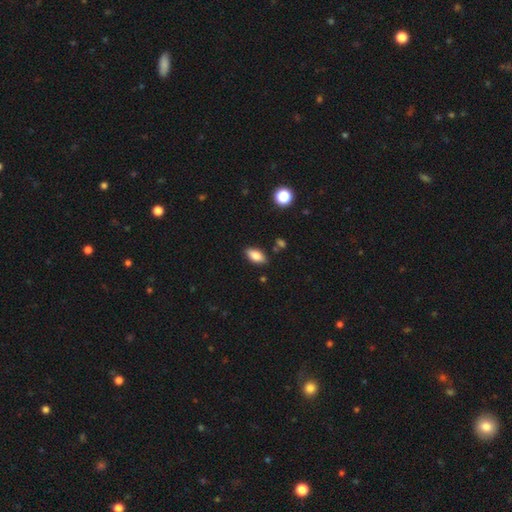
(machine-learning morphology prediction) The model was most divided on "smooth or featured": smooth: 81%, featured or disk: 11%, star or artifact: 8%. More confident: how rounded — in between (89%); merging — none (85%).